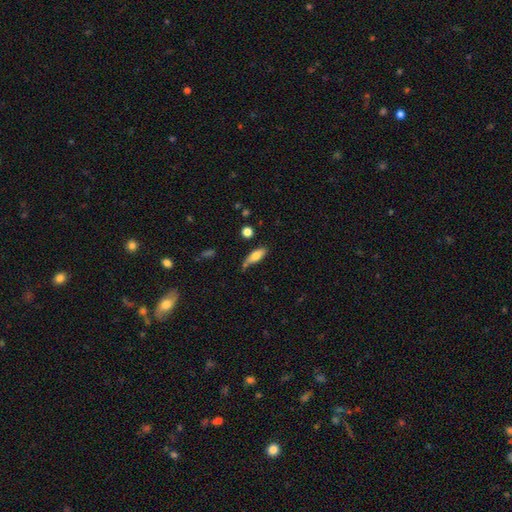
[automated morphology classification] The model was most divided on "how rounded": in between: 63%, cigar-shaped: 34%, round: 3%. More confident: smooth or featured — smooth (72%); merging — none (64%).